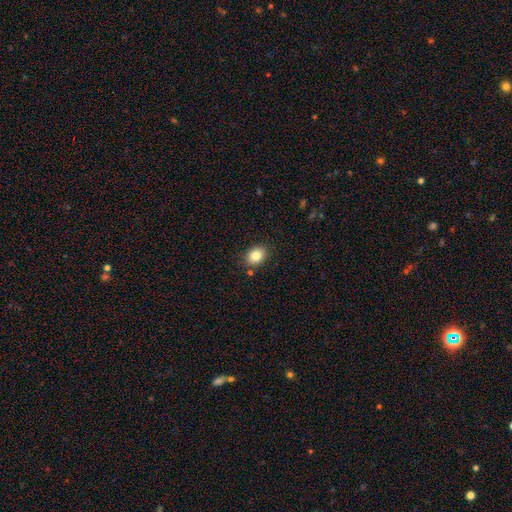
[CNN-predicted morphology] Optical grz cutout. It shows a smooth galaxy with no disk features (83%) that is in between round and cigar-shaped (60%). Merging: none (86%).